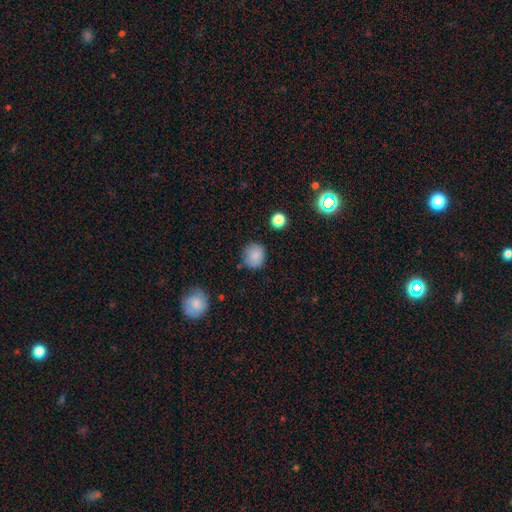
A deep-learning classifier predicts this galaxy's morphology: This is clearly a smooth galaxy (84%). How rounded: clearly round (82%). Merging: likely none (78%).